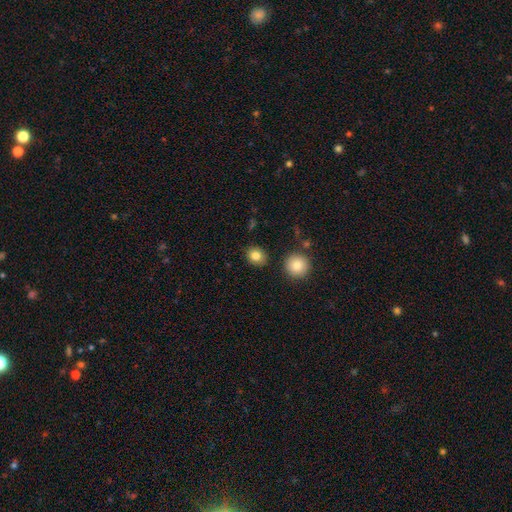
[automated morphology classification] Smooth or featured: smooth — 82% (star or artifact — 10%)
How rounded: round — 73% (in between — 26%)
Merging: none — 87% (minor disturbance — 7%)